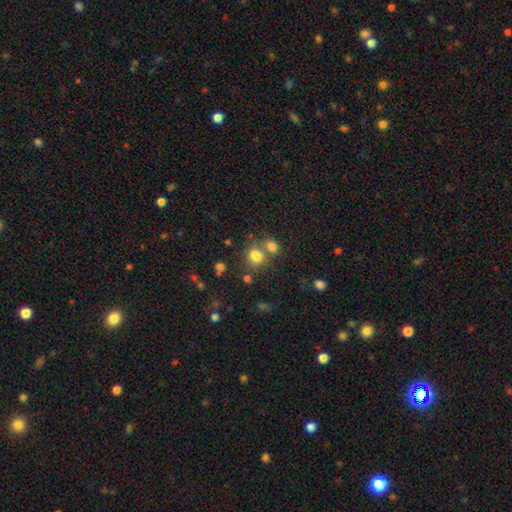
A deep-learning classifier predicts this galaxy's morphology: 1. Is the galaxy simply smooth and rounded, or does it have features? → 77% smooth, 14% star or artifact, 9% featured or disk.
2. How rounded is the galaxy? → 61% round, 38% in between, 1% cigar-shaped.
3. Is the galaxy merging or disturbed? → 47% none, 38% merger, 10% minor disturbance, 5% major disturbance.